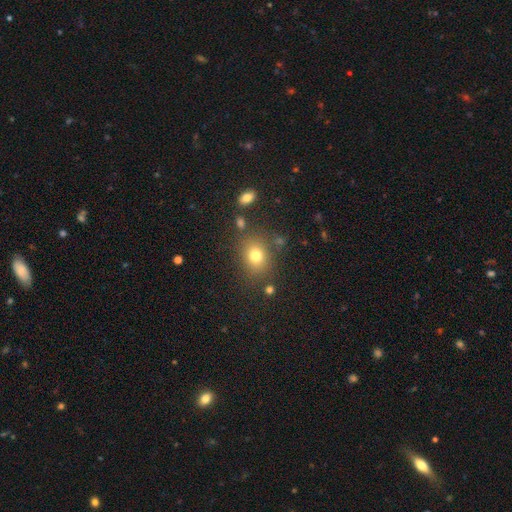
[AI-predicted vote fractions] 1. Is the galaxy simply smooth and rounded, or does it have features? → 77% smooth, 14% star or artifact, 9% featured or disk.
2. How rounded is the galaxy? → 56% round, 43% in between, 1% cigar-shaped.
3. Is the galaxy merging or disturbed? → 78% none, 12% minor disturbance, 5% merger, 5% major disturbance.